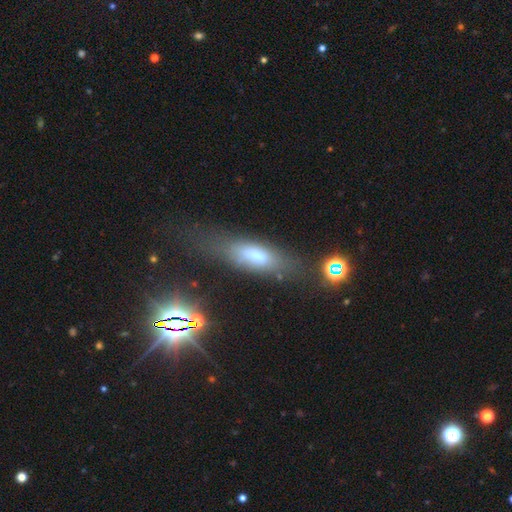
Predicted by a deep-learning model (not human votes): Smooth or featured? Predicted: smooth (p=0.67). How rounded? Predicted: in between (p=0.63). Merging? Predicted: none (p=0.52).